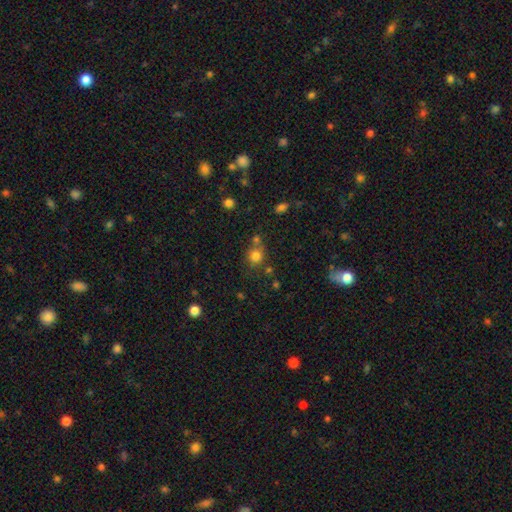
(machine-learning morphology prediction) A smooth galaxy with no disk features (78%) that is round (82%).

Vote fractions:
- Smooth or featured? smooth: 78% / star or artifact: 14% / featured or disk: 8%
- How rounded? round: 82% / in between: 17% / cigar-shaped: 1%
- Merging? none: 62% / merger: 22% / minor disturbance: 12% / major disturbance: 5%